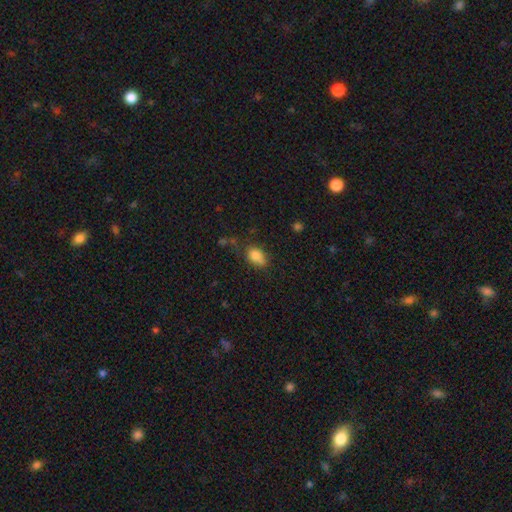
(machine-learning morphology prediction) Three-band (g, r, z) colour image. It shows a smooth galaxy with no disk features (82%) that is in between round and cigar-shaped (81%). Merging: none (56%).